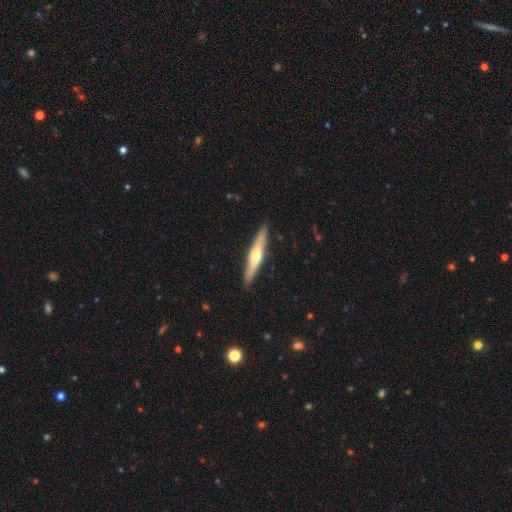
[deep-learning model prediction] The model was most divided on "smooth or featured": featured or disk: 58%, smooth: 37%, star or artifact: 5%. More confident: edge-on disk — yes (95%); merging — none (89%); edge-on bulge — rounded (86%).